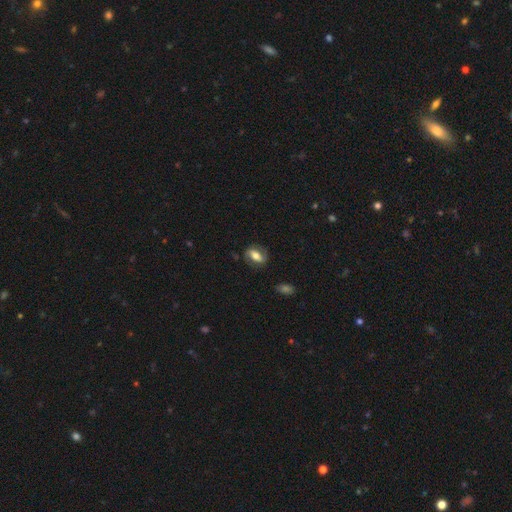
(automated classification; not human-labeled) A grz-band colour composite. It shows a featured or disk galaxy (49%). Merging: none (74%).